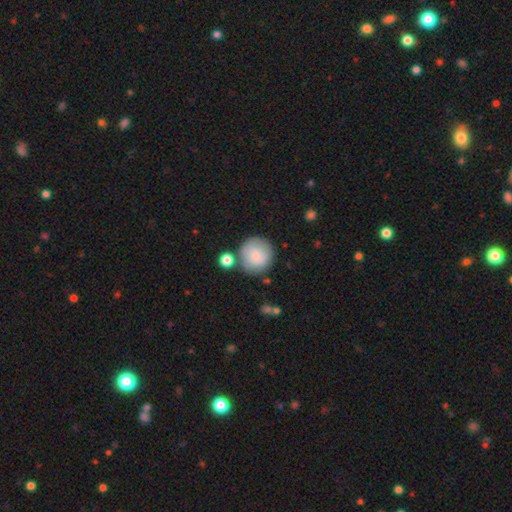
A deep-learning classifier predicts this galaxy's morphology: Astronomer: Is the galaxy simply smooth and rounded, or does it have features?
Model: smooth — 81%.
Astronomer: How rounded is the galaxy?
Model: round — 93%.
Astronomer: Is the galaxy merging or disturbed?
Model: none — 72%.